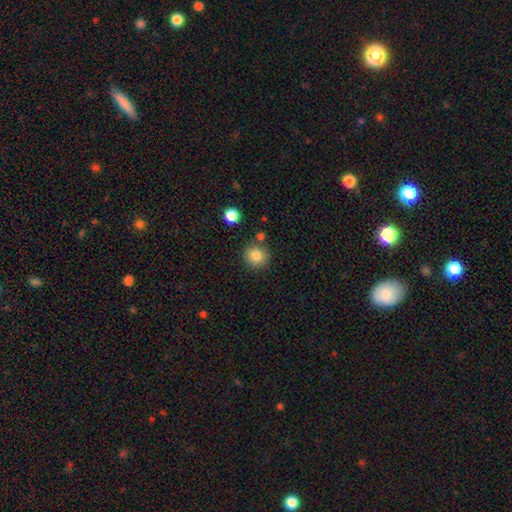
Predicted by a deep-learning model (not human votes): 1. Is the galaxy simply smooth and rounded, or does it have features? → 83% smooth, 10% star or artifact, 7% featured or disk.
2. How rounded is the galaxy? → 93% round, 6% in between, 1% cigar-shaped.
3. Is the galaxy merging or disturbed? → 82% none, 8% minor disturbance, 7% merger, 3% major disturbance.